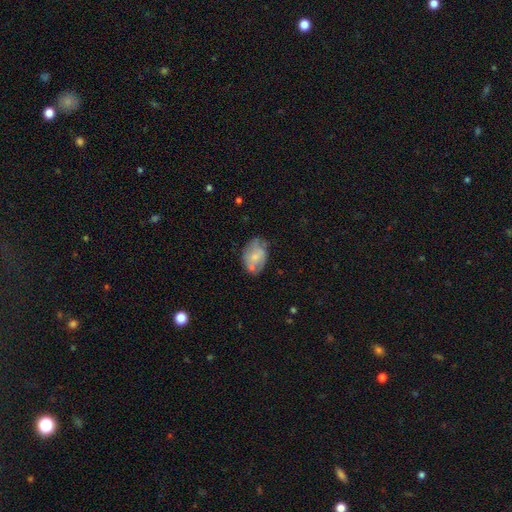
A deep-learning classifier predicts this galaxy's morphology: type=smooth (59%); roundness=in between (81%); merging=none (50%).